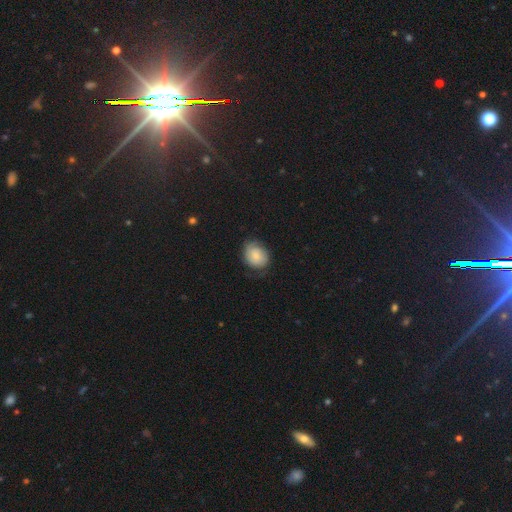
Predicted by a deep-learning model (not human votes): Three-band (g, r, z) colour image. It shows a smooth galaxy with no disk features (52%) that is in between round and cigar-shaped (50%). Merging: none (67%).